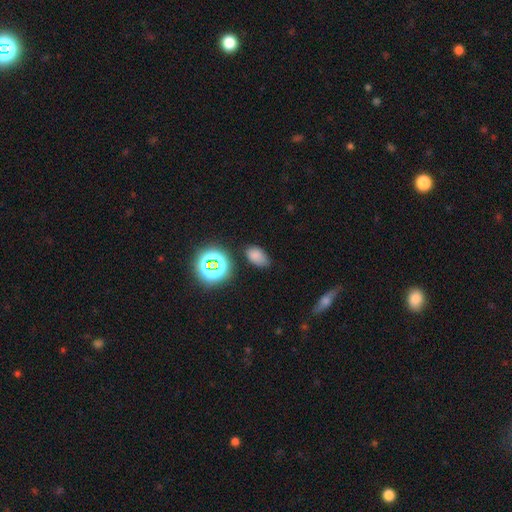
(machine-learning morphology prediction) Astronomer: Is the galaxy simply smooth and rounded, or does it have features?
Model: smooth — 73%.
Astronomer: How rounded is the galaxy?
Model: in between — 87%.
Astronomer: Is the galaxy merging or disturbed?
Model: none — 74%.